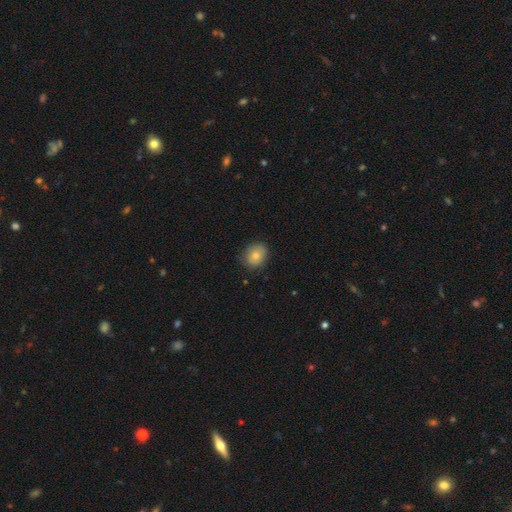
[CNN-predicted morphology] Overall: smooth (79%). How rounded: round (58%; in between 41%). Merging: none (81%).